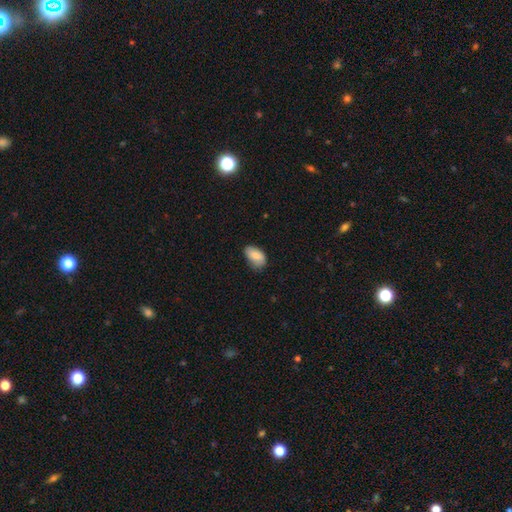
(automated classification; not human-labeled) Overall: smooth (86%). How rounded: in between (92%). Merging: none (62%; minor disturbance 31%).